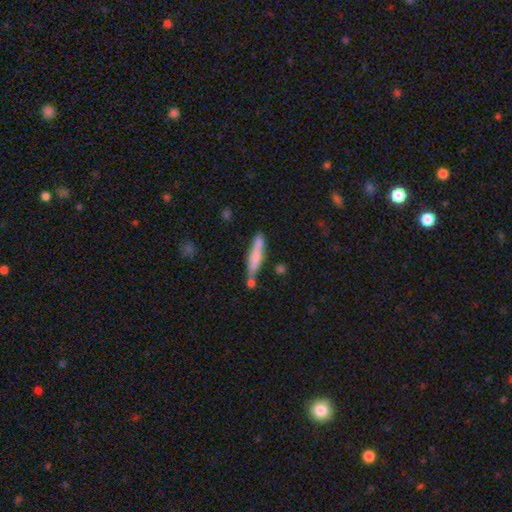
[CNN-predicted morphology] Q: Smooth or featured?
A: smooth (65%); runner-up: featured or disk (29%)
Q: How rounded?
A: cigar-shaped (89%); runner-up: in between (9%)
Q: Merging?
A: none (65%); runner-up: minor disturbance (17%)